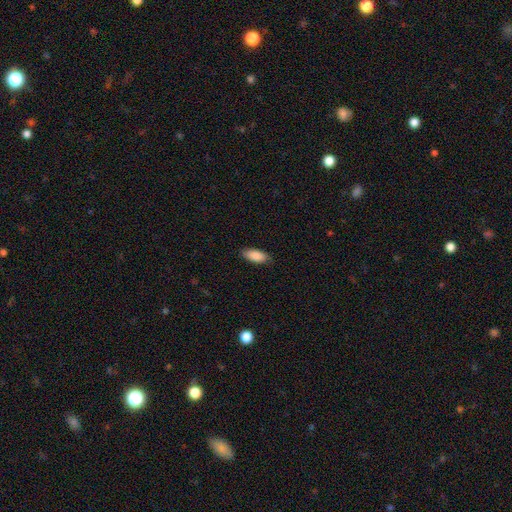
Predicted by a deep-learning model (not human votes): Smooth or featured? smooth (89%)
How rounded? in between (87%)
Merging? none (84%)